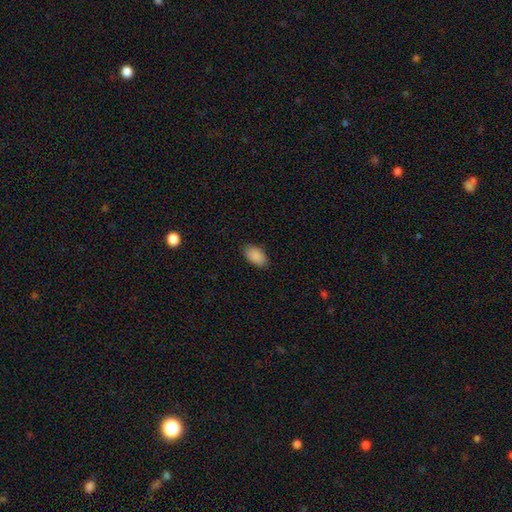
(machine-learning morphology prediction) type=smooth (90%); roundness=in between (94%); merging=none (85%).